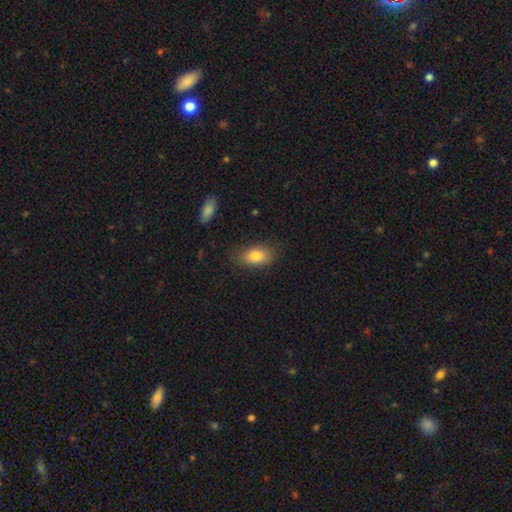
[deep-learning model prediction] This is clearly a smooth galaxy (82%). How rounded: clearly in between (90%). Merging: clearly none (81%).